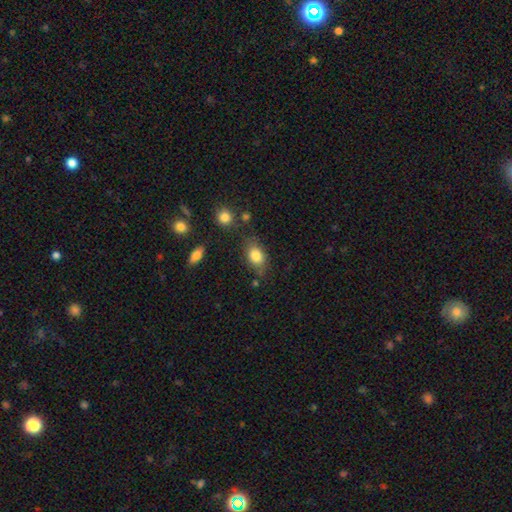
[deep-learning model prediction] smooth-or-featured: smooth: 82% | featured or disk: 9% | star or artifact: 8%
  how-rounded: in between: 78% | round: 20% | cigar-shaped: 2%
  merging: none: 71% | minor disturbance: 19% | major disturbance: 5% | merger: 5%